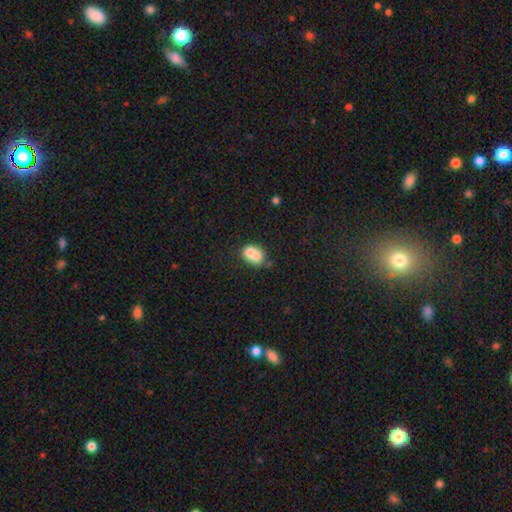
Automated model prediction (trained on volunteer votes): Smooth or featured: smooth — 69% (featured or disk — 21%)
How rounded: round — 54% (in between — 45%)
Merging: merger — 63% (none — 26%)